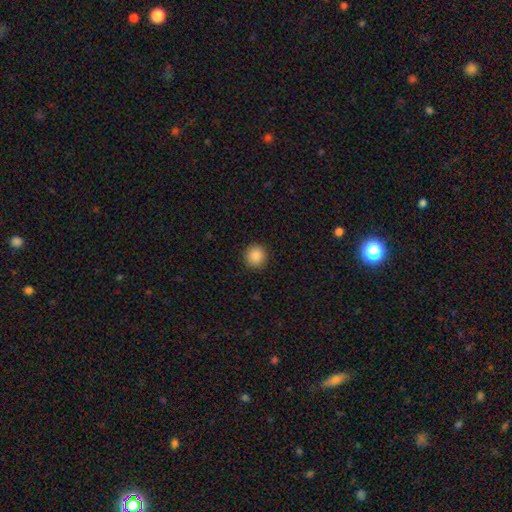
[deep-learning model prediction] Q: Smooth or featured?
A: smooth (87%); runner-up: star or artifact (9%)
Q: How rounded?
A: round (93%); runner-up: in between (6%)
Q: Merging?
A: none (91%); runner-up: minor disturbance (6%)